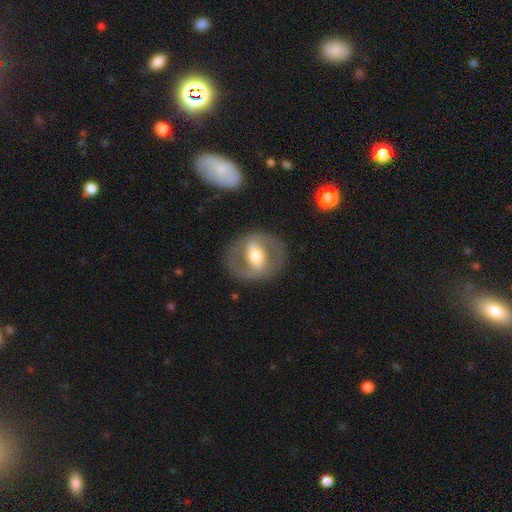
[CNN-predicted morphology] Smooth or featured?
  - featured or disk: 70% *
  - smooth: 24%
  - star or artifact: 5%
Edge-on disk?
  - no: 93% *
  - yes: 7%
Bar?
  - strong: 50% *
  - weak: 31%
  - no: 19%
Spiral arms?
  - yes: 52% *
  - no: 48%
Bulge size?
  - moderate: 64% *
  - large: 22%
  - small: 11%
  - dominant: 2%
  - none: 1%
Merging?
  - none: 82% *
  - minor disturbance: 10%
  - major disturbance: 7%
  - merger: 1%